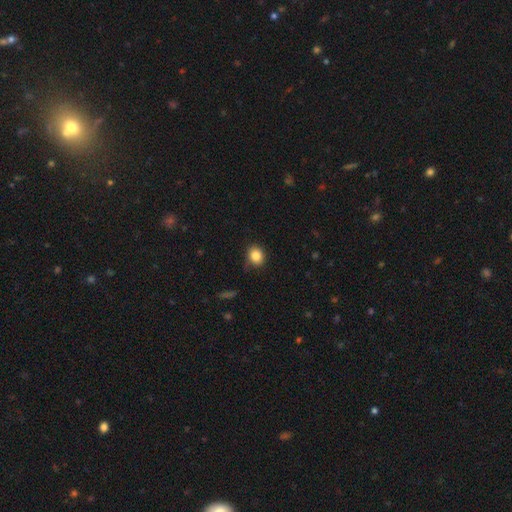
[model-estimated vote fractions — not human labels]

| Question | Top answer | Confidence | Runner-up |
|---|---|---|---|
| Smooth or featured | smooth | 84% | star or artifact (10%) |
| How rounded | round | 70% | in between (29%) |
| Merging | none | 80% | minor disturbance (16%) |